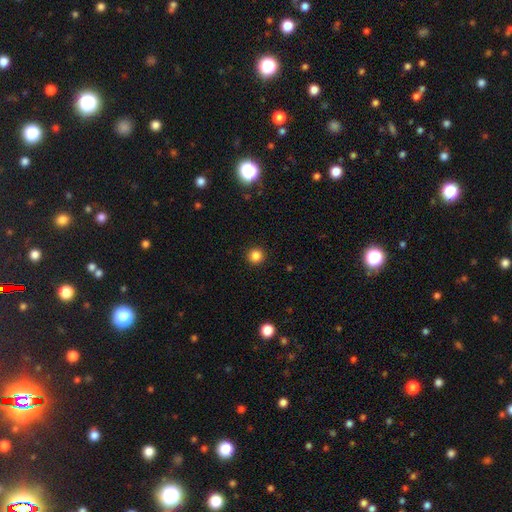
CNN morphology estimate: A smooth galaxy with no disk features (84%) that is round (95%).

Vote fractions:
- Smooth or featured? smooth: 84% / star or artifact: 12% / featured or disk: 3%
- How rounded? round: 95% / in between: 4% / cigar-shaped: 1%
- Merging? none: 93% / minor disturbance: 5% / major disturbance: 2% / merger: 1%